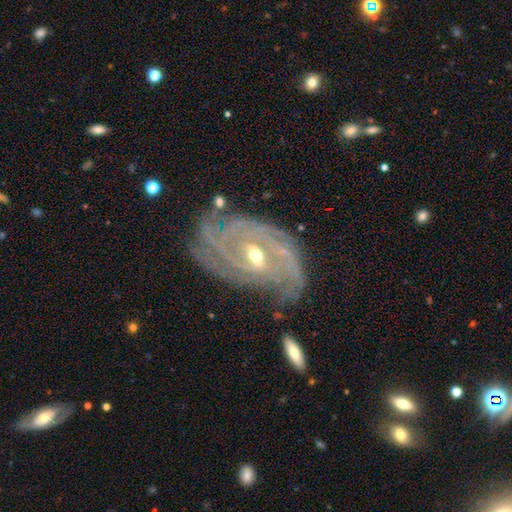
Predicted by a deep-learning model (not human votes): Smooth or featured? Predicted: featured or disk (p=0.89). Edge-on disk? Predicted: no (p=0.95). Bar? Predicted: weak (p=0.44). Spiral arms? Predicted: yes (p=0.95). Spiral winding? Predicted: tight (p=0.67). Spiral arm count? Predicted: can't tell (p=0.29). Bulge size? Predicted: small (p=0.49). Merging? Predicted: none (p=0.67).